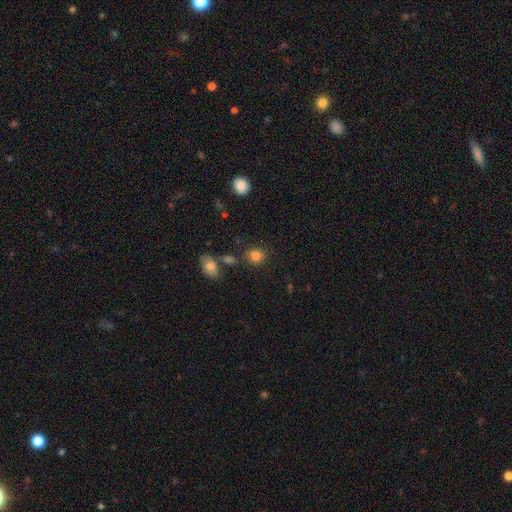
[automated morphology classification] Q: Smooth or featured?
A: smooth (84%); runner-up: star or artifact (11%)
Q: How rounded?
A: round (80%); runner-up: in between (19%)
Q: Merging?
A: none (81%); runner-up: minor disturbance (10%)